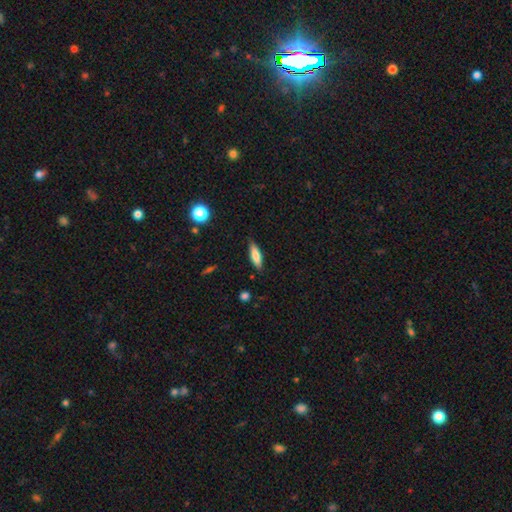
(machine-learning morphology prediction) smooth 76%, featured or disk 17%, star or artifact 7%. Down the decision tree: how rounded — cigar-shaped (53%); merging — none (84%).